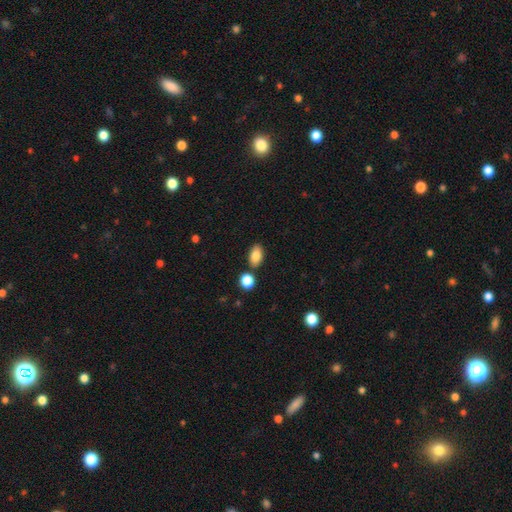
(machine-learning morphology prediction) This appears to be a smooth galaxy with no disk features (85%) that is in between round and cigar-shaped (90%). Merging: none (81%).